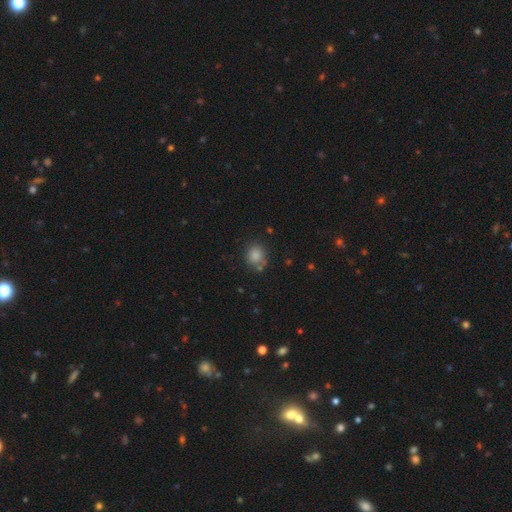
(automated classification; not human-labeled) This is clearly a smooth galaxy (84%). How rounded: likely round (77%). Merging: likely none (76%).